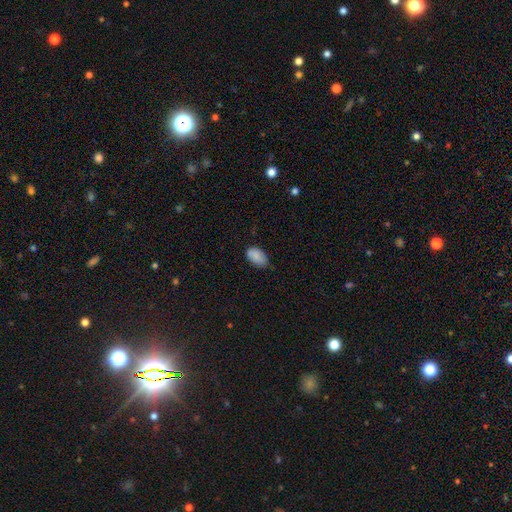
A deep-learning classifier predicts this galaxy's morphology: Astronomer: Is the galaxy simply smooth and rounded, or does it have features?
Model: smooth — 85%.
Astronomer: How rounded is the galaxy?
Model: in between — 92%.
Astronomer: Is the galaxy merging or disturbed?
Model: none — 63%.